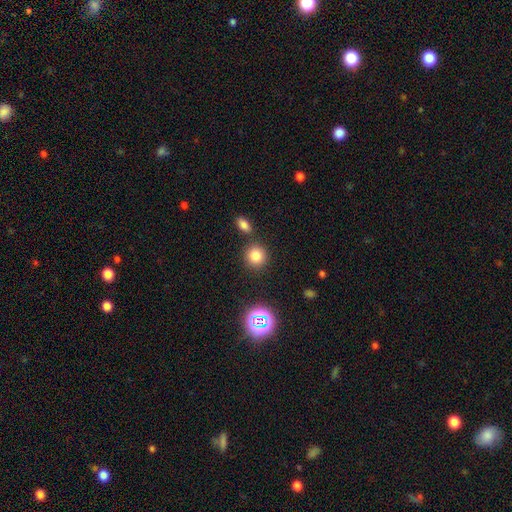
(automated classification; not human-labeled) The model was most divided on "smooth or featured": smooth: 79%, star or artifact: 14%, featured or disk: 6%. More confident: how rounded — round (90%); merging — none (81%).